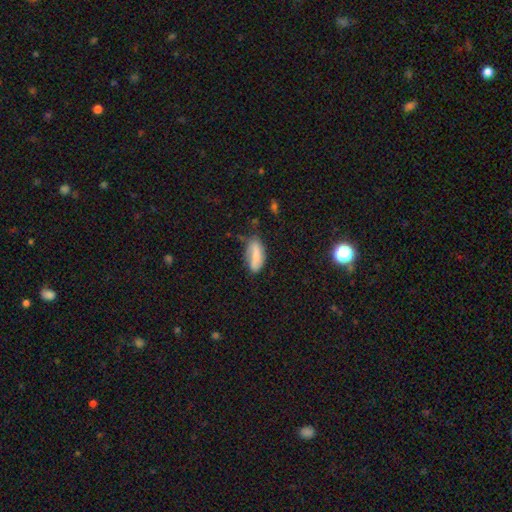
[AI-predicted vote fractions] smooth_or_featured: smooth (p=0.65) [alt: featured or disk p=0.28]
how_rounded: in between (p=0.82) [alt: cigar-shaped p=0.15]
merging: none (p=0.53) [alt: minor disturbance p=0.33]